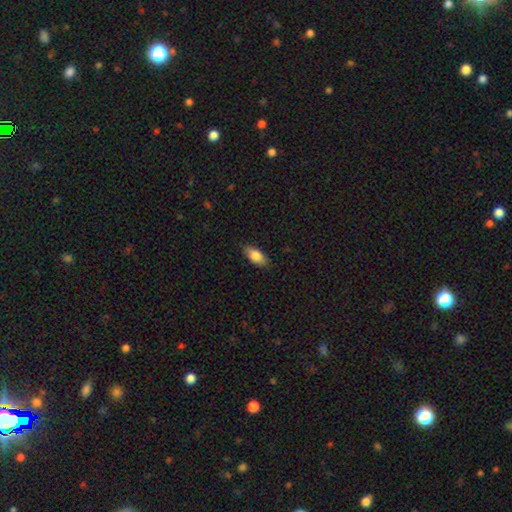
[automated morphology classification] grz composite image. It shows a smooth galaxy with no disk features (83%) that is in between round and cigar-shaped (88%). Merging: none (85%).